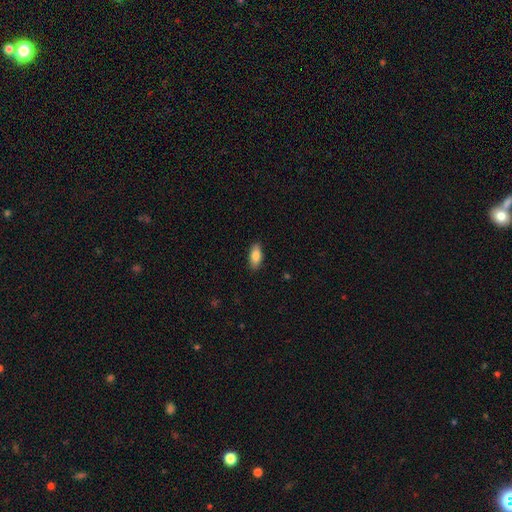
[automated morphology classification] Smooth or featured?
  - smooth: 83% *
  - featured or disk: 10%
  - star or artifact: 6%
How rounded?
  - in between: 86% *
  - cigar-shaped: 12%
  - round: 3%
Merging?
  - none: 89% *
  - minor disturbance: 8%
  - major disturbance: 2%
  - merger: 1%